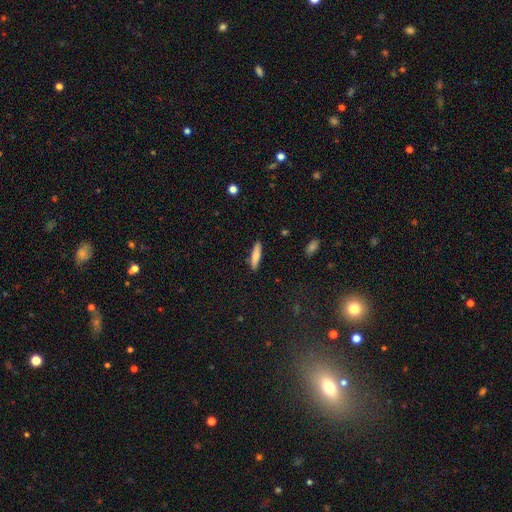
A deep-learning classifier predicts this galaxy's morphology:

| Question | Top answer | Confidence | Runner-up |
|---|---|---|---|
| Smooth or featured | smooth | 76% | featured or disk (17%) |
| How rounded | cigar-shaped | 78% | in between (20%) |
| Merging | none | 89% | minor disturbance (8%) |